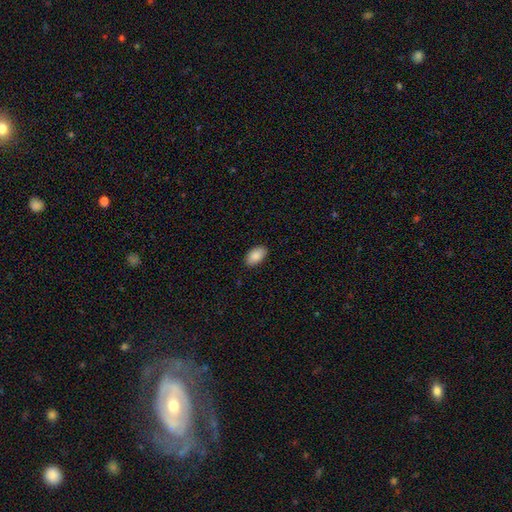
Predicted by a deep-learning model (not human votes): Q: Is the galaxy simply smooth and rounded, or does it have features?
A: smooth — 88%.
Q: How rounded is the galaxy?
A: in between — 94%.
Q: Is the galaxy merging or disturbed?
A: none — 88%.